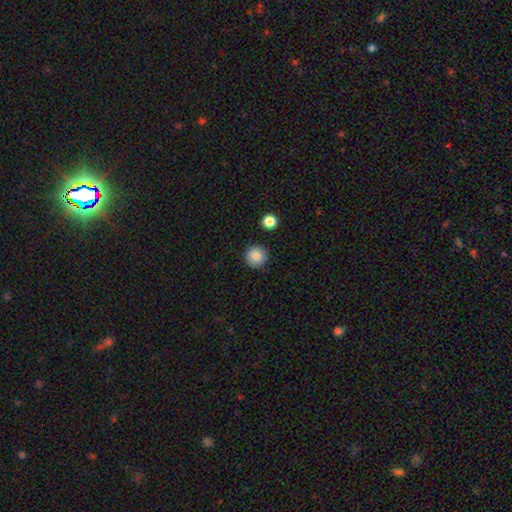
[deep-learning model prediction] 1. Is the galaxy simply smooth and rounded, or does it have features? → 85% smooth, 9% star or artifact, 6% featured or disk.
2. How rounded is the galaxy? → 95% round, 4% in between, 1% cigar-shaped.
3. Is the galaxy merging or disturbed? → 91% none, 6% minor disturbance, 2% merger, 2% major disturbance.